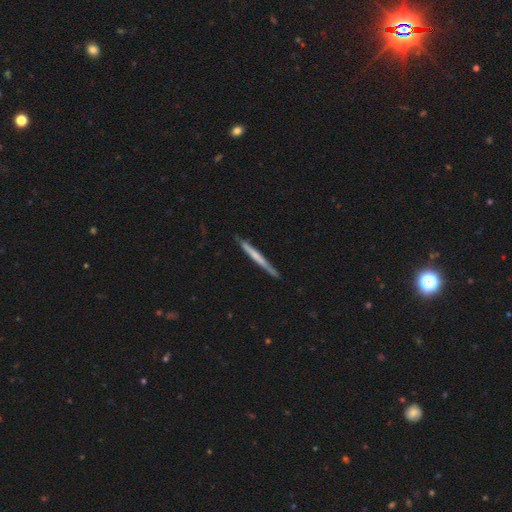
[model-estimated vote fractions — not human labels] featured or disk 50%, smooth 44%, star or artifact 5%. Down the decision tree: edge-on disk — yes (97%); merging — none (89%).